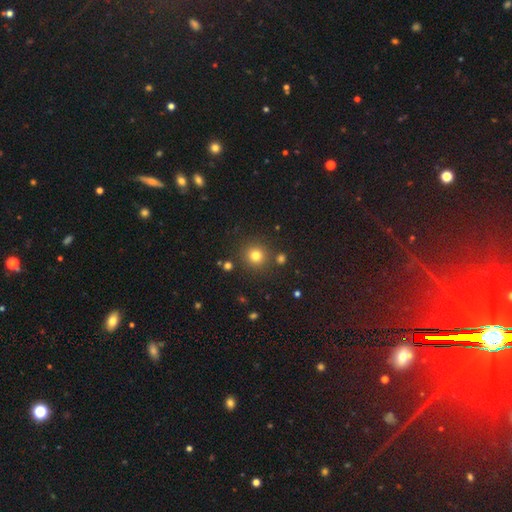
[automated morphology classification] Q: Smooth or featured?
A: smooth (77%); runner-up: star or artifact (16%)
Q: How rounded?
A: round (94%); runner-up: in between (5%)
Q: Merging?
A: none (86%); runner-up: minor disturbance (7%)